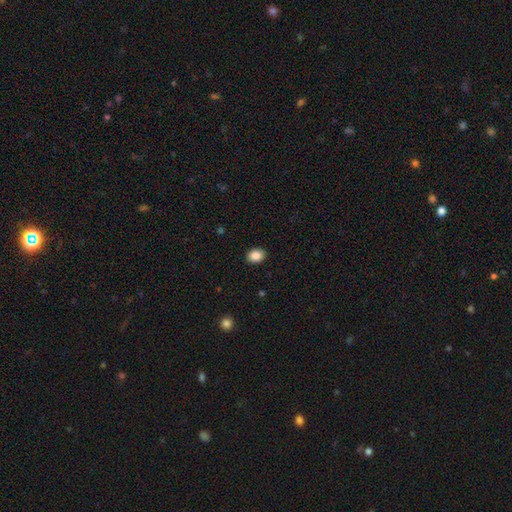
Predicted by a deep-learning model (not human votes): smooth 87%, star or artifact 9%, featured or disk 5%. Down the decision tree: how rounded — in between (59%); merging — none (90%).